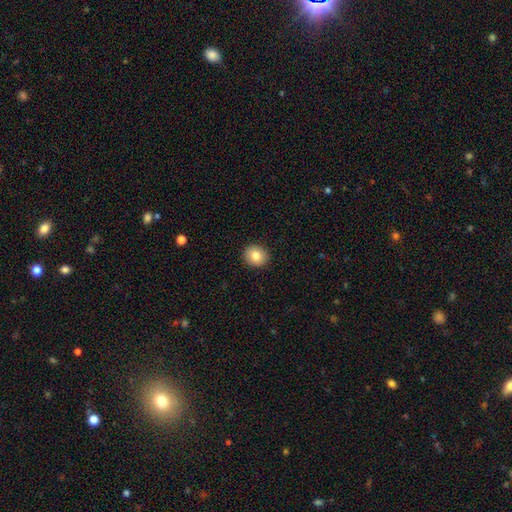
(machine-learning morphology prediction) This is clearly a smooth galaxy (82%). How rounded: likely round (80%). Merging: clearly none (92%).